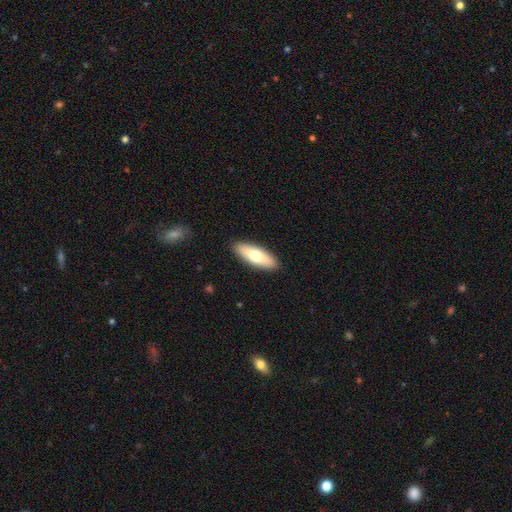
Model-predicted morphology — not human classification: A smooth galaxy with no disk features (68%) that is in between round and cigar-shaped (65%).

Vote fractions:
- Smooth or featured? smooth: 68% / featured or disk: 27% / star or artifact: 5%
- How rounded? in between: 65% / cigar-shaped: 32% / round: 2%
- Merging? none: 90% / minor disturbance: 7% / major disturbance: 2% / merger: 1%